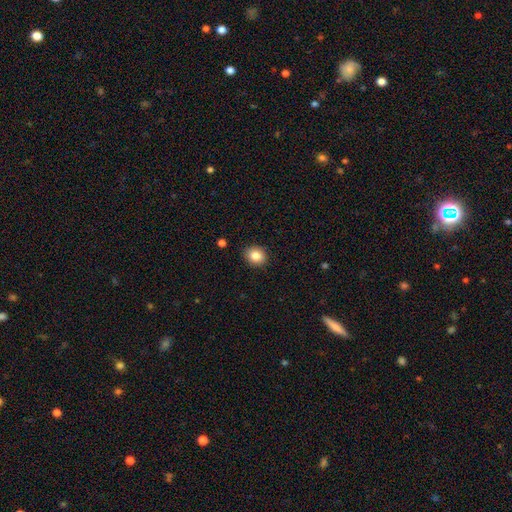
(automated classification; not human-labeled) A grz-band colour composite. It shows a smooth galaxy with no disk features (83%) that is round (68%). Merging: none (89%).